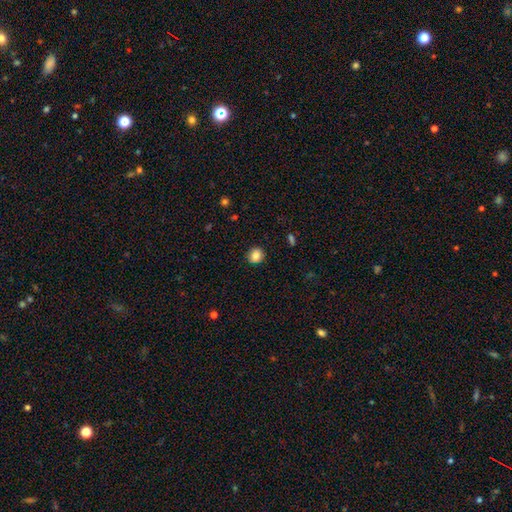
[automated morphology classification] type=smooth (82%); roundness=round (83%); merging=none (89%).